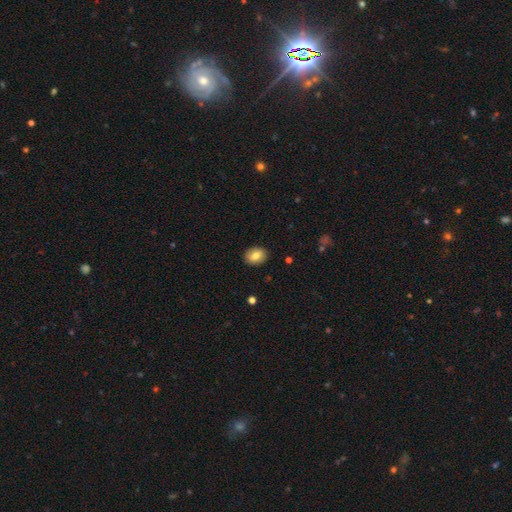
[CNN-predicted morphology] type=smooth (80%); roundness=in between (61%); merging=none (89%).